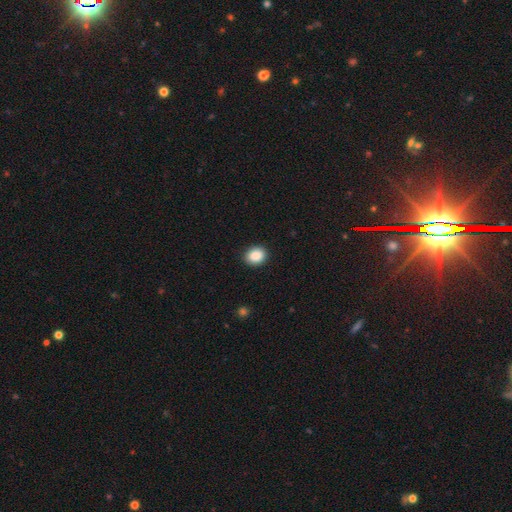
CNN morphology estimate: Q: Smooth or featured?
A: smooth (89%); runner-up: star or artifact (8%)
Q: How rounded?
A: round (53%); runner-up: in between (46%)
Q: Merging?
A: none (90%); runner-up: minor disturbance (7%)